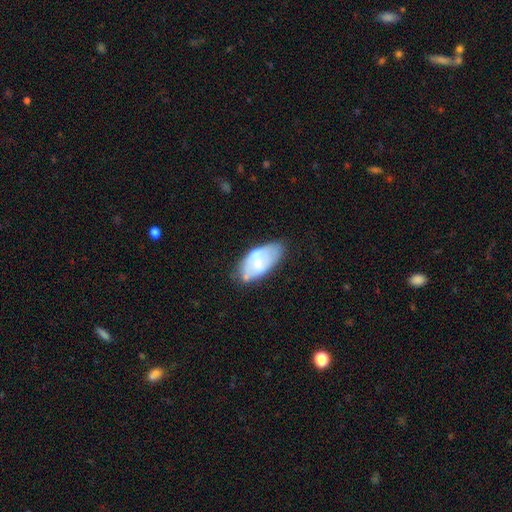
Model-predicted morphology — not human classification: smooth-or-featured: smooth: 53% | featured or disk: 40% | star or artifact: 7%
  how-rounded: in between: 93% | cigar-shaped: 4% | round: 3%
  merging: none: 48% | minor disturbance: 31% | major disturbance: 11% | merger: 10%